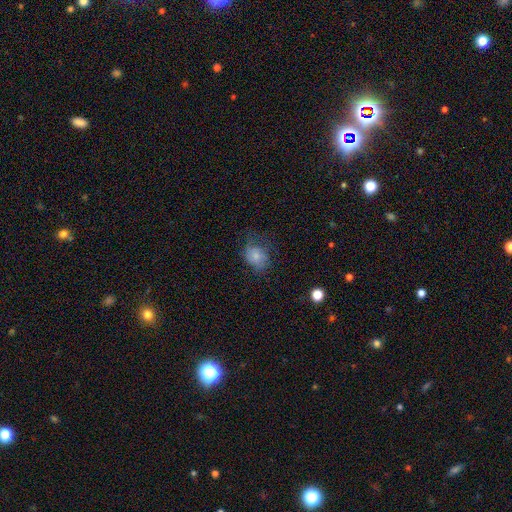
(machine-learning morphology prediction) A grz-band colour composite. It shows a smooth galaxy with no disk features (71%) that is in between round and cigar-shaped (50%). Merging: none (47%).